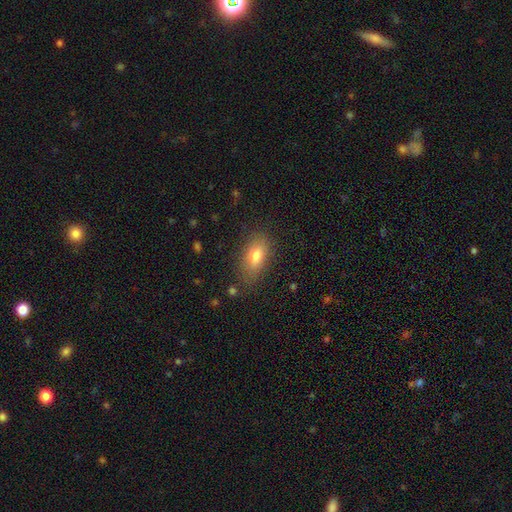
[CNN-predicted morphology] This is likely a smooth galaxy (77%). How rounded: clearly in between (84%). Merging: likely none (78%).